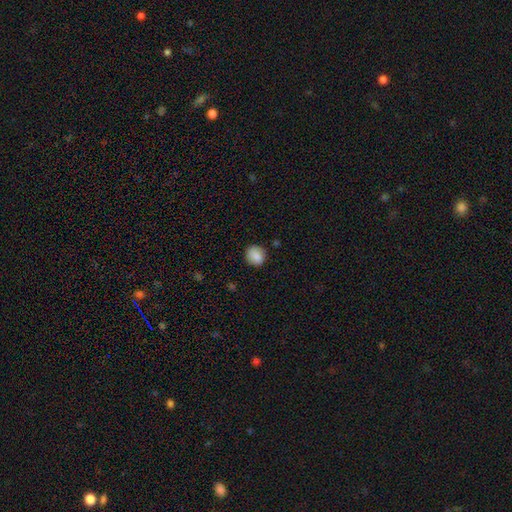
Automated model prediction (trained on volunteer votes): Smooth or featured? smooth (86%)
How rounded? round (78%)
Merging? none (82%)